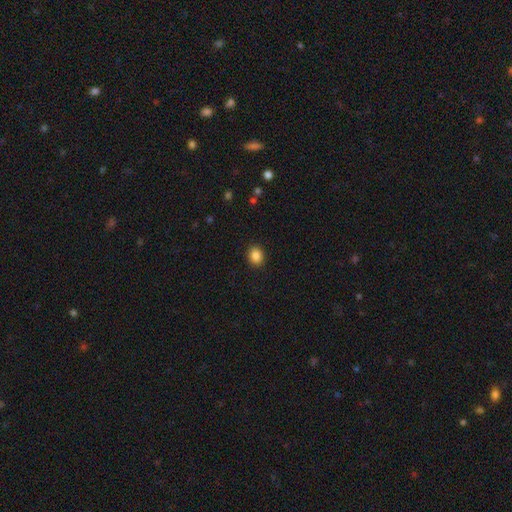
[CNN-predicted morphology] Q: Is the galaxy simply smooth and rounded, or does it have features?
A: smooth — 87%.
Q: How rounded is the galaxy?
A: round — 56%.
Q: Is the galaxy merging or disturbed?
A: none — 90%.